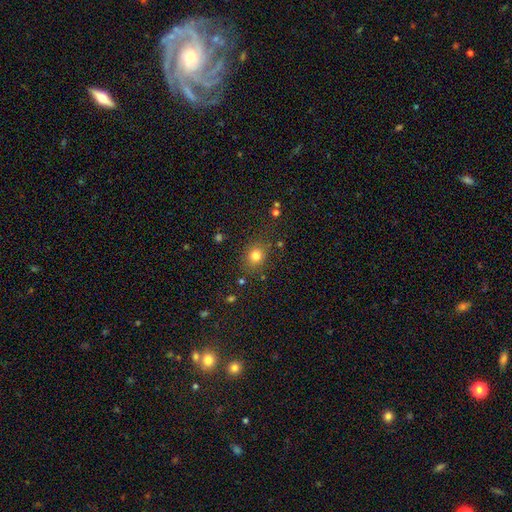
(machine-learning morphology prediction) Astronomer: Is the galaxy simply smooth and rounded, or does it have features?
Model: smooth — 78%.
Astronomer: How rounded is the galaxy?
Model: round — 70%.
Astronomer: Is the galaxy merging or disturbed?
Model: none — 80%.